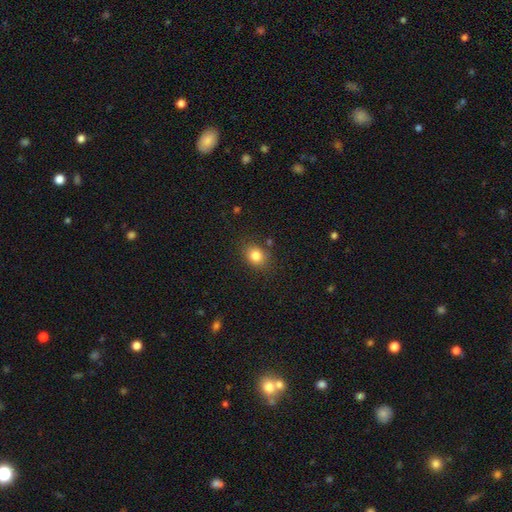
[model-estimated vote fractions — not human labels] Smooth or featured?
  - smooth: 83% *
  - star or artifact: 11%
  - featured or disk: 7%
How rounded?
  - round: 52% *
  - in between: 47%
  - cigar-shaped: 1%
Merging?
  - none: 84% *
  - minor disturbance: 11%
  - major disturbance: 3%
  - merger: 3%